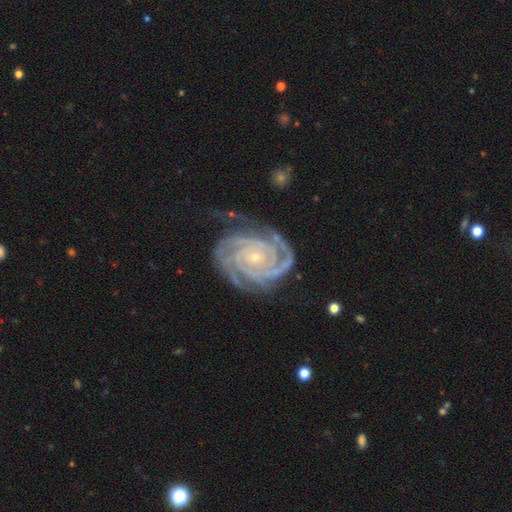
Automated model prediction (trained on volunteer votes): A featured or disk galaxy (92%) with no bar (71%), 3 (33%) tight (83%) spiral arms (99%) and a small central bulge (77%). Merging: none (73%).